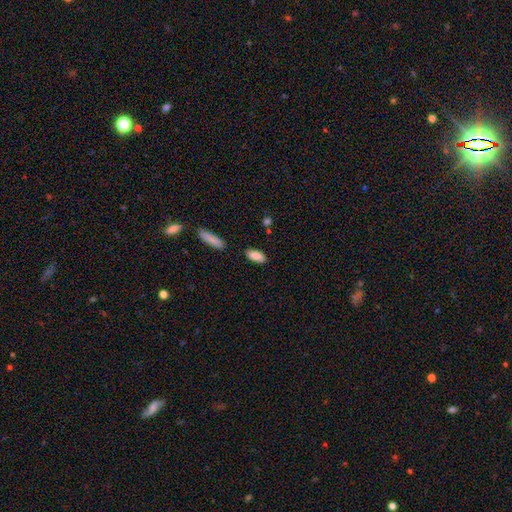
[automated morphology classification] smooth-or-featured: smooth: 87% | star or artifact: 6% | featured or disk: 6%
  how-rounded: in between: 82% | cigar-shaped: 16% | round: 2%
  merging: none: 83% | minor disturbance: 11% | merger: 3% | major disturbance: 2%